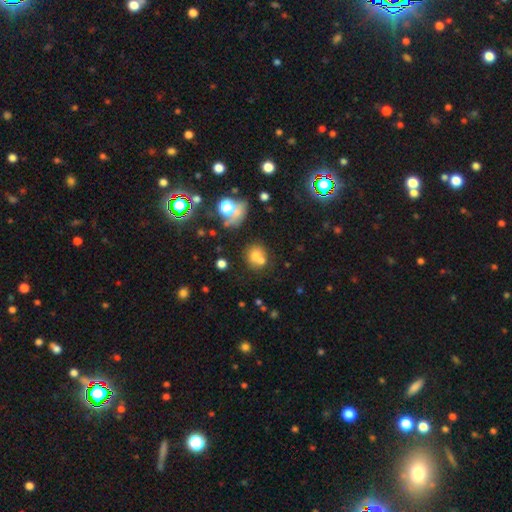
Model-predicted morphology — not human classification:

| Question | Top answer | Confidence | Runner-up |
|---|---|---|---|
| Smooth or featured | smooth | 64% | star or artifact (19%) |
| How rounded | round | 81% | in between (18%) |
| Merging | none | 45% | merger (42%) |